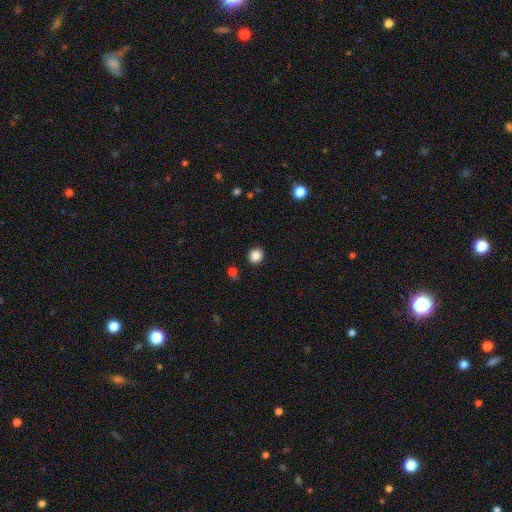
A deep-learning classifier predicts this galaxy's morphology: Smooth or featured: smooth — 86% (star or artifact — 11%)
How rounded: round — 86% (in between — 13%)
Merging: none — 91% (minor disturbance — 5%)